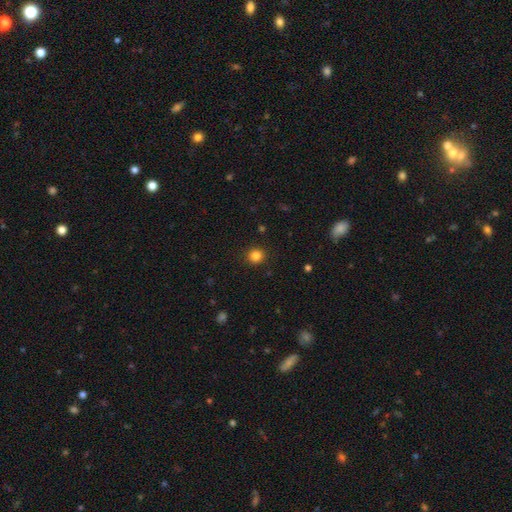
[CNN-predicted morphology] A smooth galaxy with no disk features (84%) that is round (90%).

Vote fractions:
- Smooth or featured? smooth: 84% / star or artifact: 12% / featured or disk: 4%
- How rounded? round: 90% / in between: 9% / cigar-shaped: 1%
- Merging? none: 91% / minor disturbance: 6% / major disturbance: 2% / merger: 1%